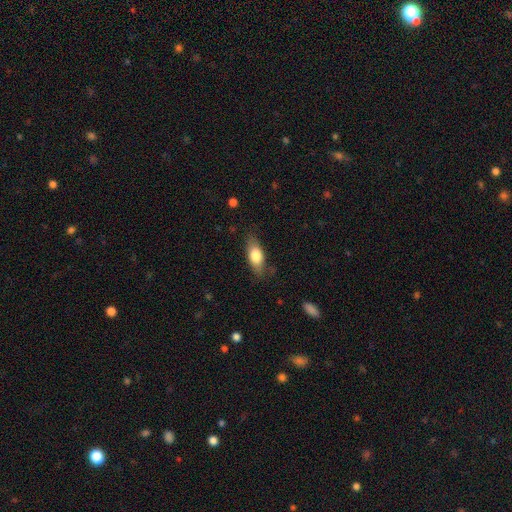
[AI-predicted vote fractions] smooth_or_featured: smooth (p=0.74) [alt: featured or disk p=0.20]
how_rounded: in between (p=0.78) [alt: cigar-shaped p=0.17]
merging: none (p=0.76) [alt: minor disturbance p=0.18]